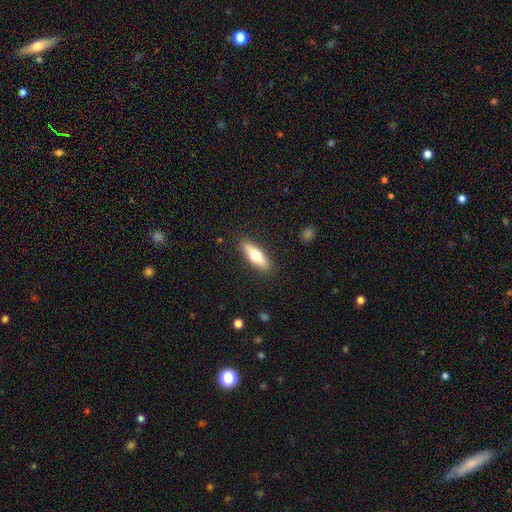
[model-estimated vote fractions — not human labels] Smooth or featured: smooth — 64% (featured or disk — 31%)
How rounded: in between — 50% (cigar-shaped — 48%)
Merging: none — 88% (minor disturbance — 9%)